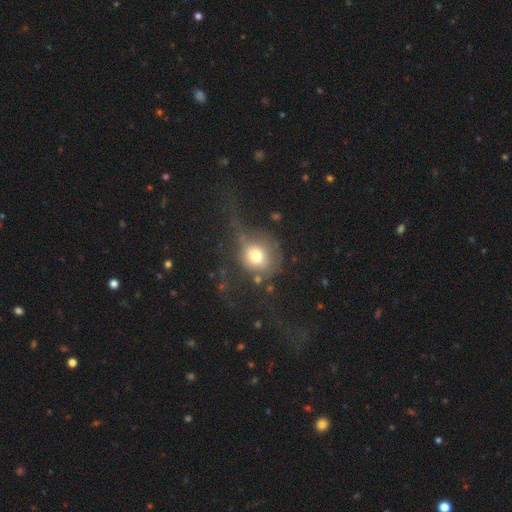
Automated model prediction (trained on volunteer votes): The model was most divided on "merging": major disturbance: 40%, none: 35%, minor disturbance: 19%, merger: 6%. More confident: how rounded — round (84%); smooth or featured — smooth (70%).